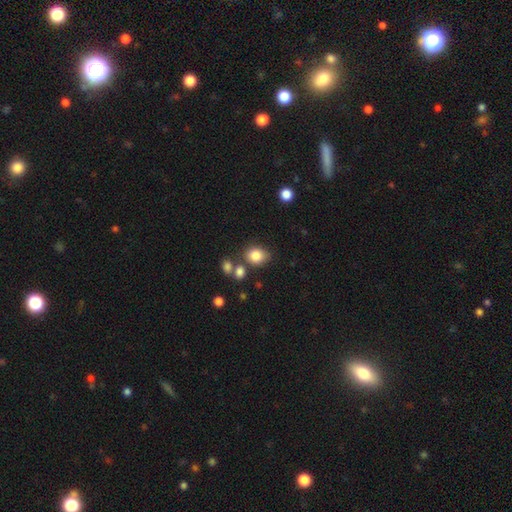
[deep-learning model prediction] smooth 83%, star or artifact 10%, featured or disk 7%. Down the decision tree: how rounded — round (55%); merging — none (67%).